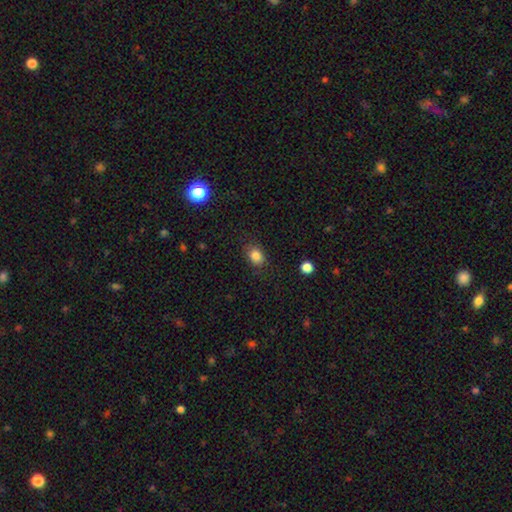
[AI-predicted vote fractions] smooth-or-featured: smooth: 84% | star or artifact: 11% | featured or disk: 5%
  how-rounded: in between: 60% | round: 39% | cigar-shaped: 1%
  merging: none: 82% | minor disturbance: 13% | major disturbance: 4% | merger: 1%